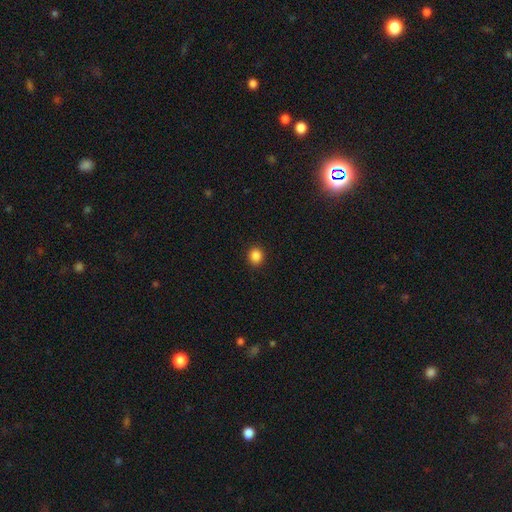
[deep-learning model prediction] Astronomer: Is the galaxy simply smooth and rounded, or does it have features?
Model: smooth — 86%.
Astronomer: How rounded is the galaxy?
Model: round — 80%.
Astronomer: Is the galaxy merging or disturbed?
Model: none — 91%.